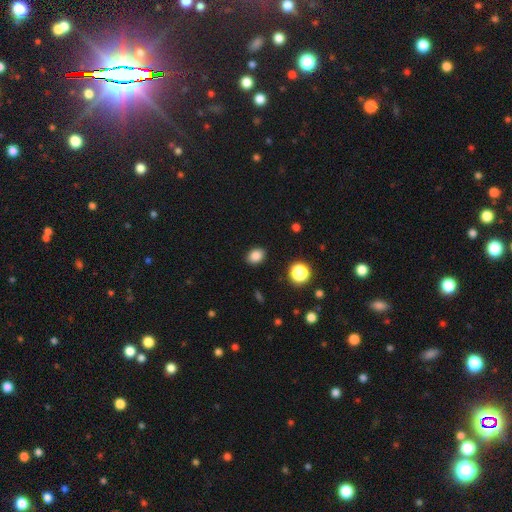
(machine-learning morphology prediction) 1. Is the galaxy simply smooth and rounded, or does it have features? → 85% smooth, 11% star or artifact, 4% featured or disk.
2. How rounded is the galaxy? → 65% in between, 34% round, 1% cigar-shaped.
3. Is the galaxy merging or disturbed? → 89% none, 8% minor disturbance, 2% major disturbance, 1% merger.